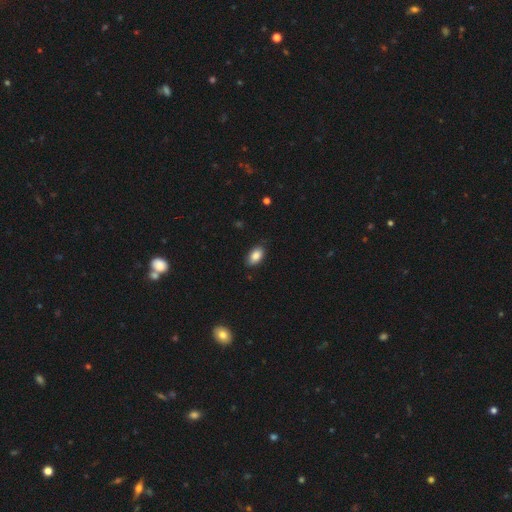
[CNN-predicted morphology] smooth_or_featured: smooth (p=0.86) [alt: star or artifact p=0.08]
how_rounded: in between (p=0.93) [alt: round p=0.05]
merging: none (p=0.84) [alt: minor disturbance p=0.13]